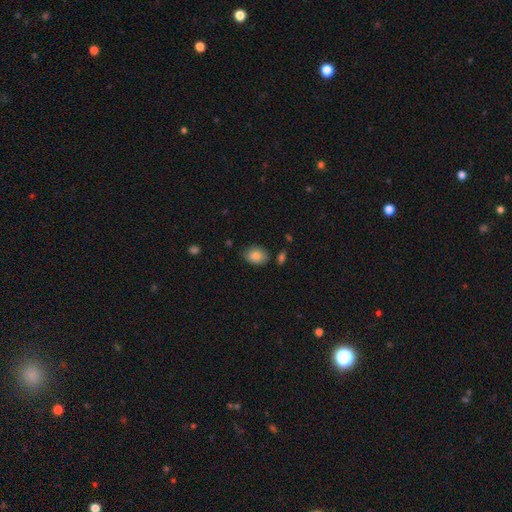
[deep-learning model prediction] This is clearly a smooth galaxy (84%). How rounded: likely in between (66%). Merging: likely none (77%).